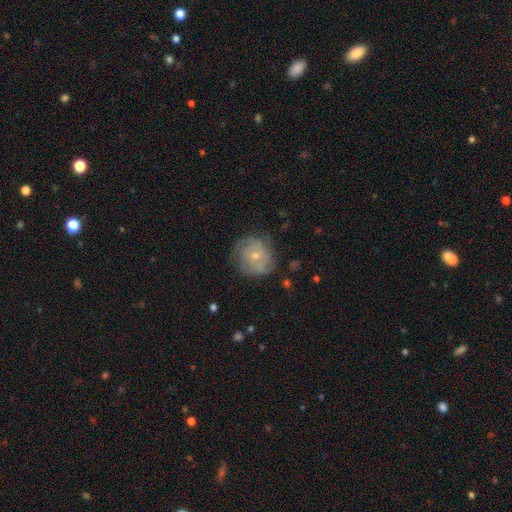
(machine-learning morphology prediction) Smooth or featured? featured or disk (61%)
Edge-on disk? no (97%)
Bar? no (80%)
Spiral arms? yes (79%)
Bulge size? small (62%)
Merging? none (69%)